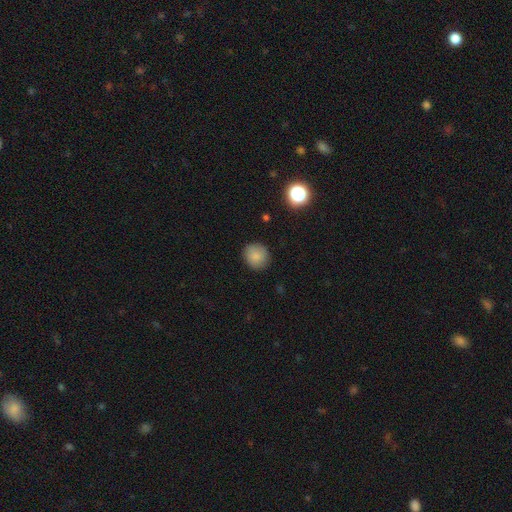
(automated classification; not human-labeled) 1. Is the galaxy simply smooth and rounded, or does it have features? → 85% smooth, 10% star or artifact, 5% featured or disk.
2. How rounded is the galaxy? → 88% round, 11% in between, 1% cigar-shaped.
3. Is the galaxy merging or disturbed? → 87% none, 9% minor disturbance, 2% major disturbance, 1% merger.